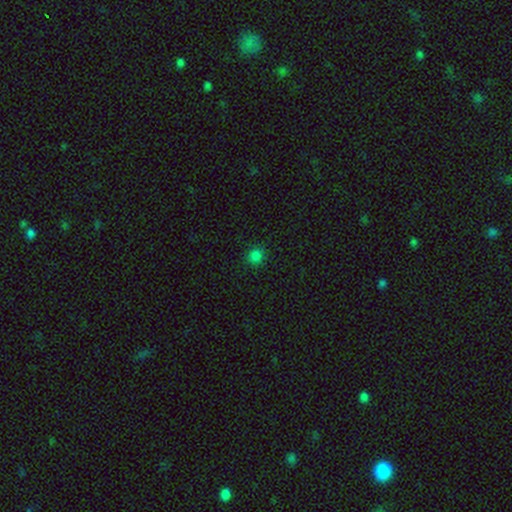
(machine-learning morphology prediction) The model was most divided on "smooth or featured": smooth: 82%, star or artifact: 16%, featured or disk: 3%. More confident: merging — none (90%); how rounded — round (89%).